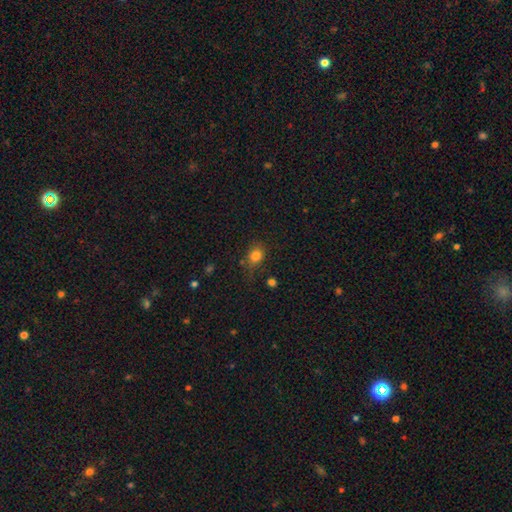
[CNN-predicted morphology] Smooth or featured? Predicted: smooth (p=0.81). How rounded? Predicted: round (p=0.57). Merging? Predicted: none (p=0.68).